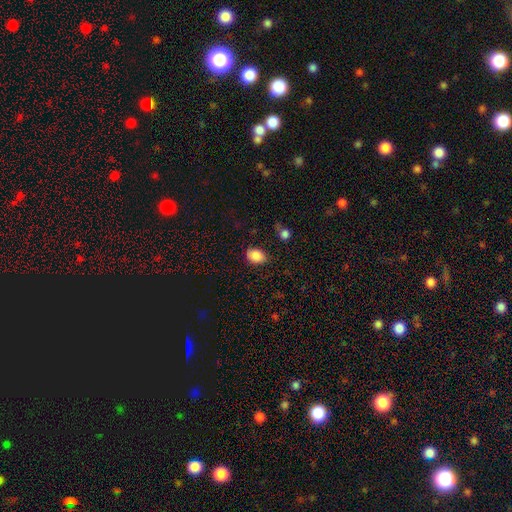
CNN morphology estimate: smooth_or_featured: smooth (p=0.86) [alt: star or artifact p=0.08]
how_rounded: in between (p=0.76) [alt: round p=0.23]
merging: none (p=0.77) [alt: minor disturbance p=0.17]